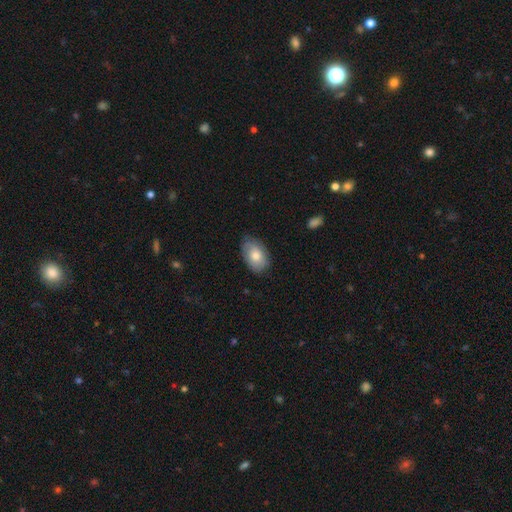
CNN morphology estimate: smooth 70%, featured or disk 24%, star or artifact 6%. Down the decision tree: how rounded — in between (89%); merging — none (75%).